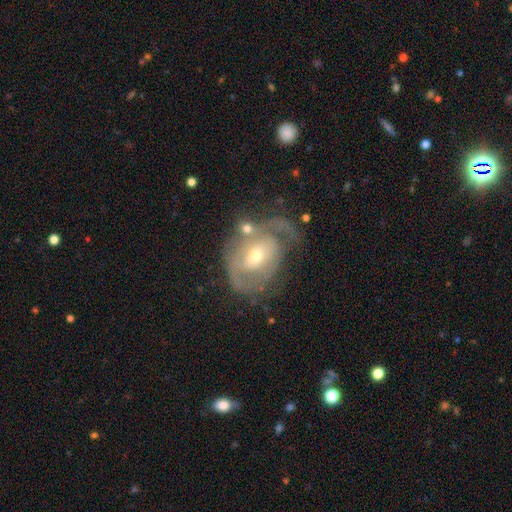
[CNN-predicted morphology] Smooth or featured? featured or disk (74%)
Edge-on disk? no (95%)
Bar? no (52%)
Spiral arms? yes (76%)
Spiral winding? tight (48%)
Spiral arm count? 2 (39%)
Bulge size? small (48%)
Merging? none (41%)